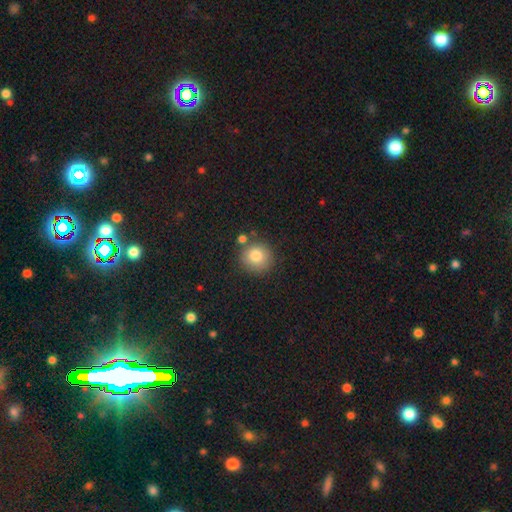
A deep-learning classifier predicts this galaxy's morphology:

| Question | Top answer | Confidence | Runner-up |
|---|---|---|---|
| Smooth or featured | smooth | 82% | star or artifact (10%) |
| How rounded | round | 92% | in between (7%) |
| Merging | none | 78% | minor disturbance (10%) |